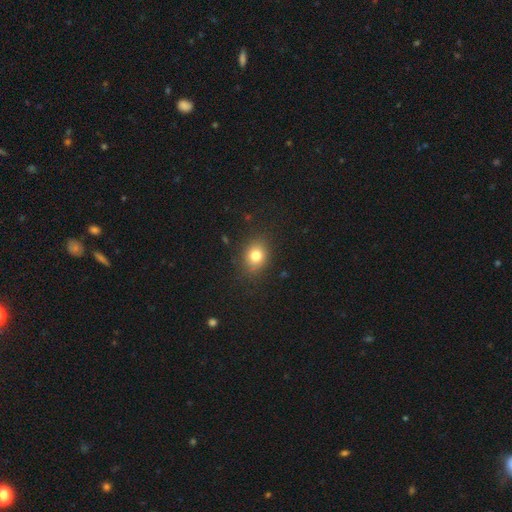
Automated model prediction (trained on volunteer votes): smooth_or_featured: smooth (p=0.79) [alt: star or artifact p=0.12]
how_rounded: round (p=0.53) [alt: in between p=0.46]
merging: none (p=0.84) [alt: minor disturbance p=0.11]